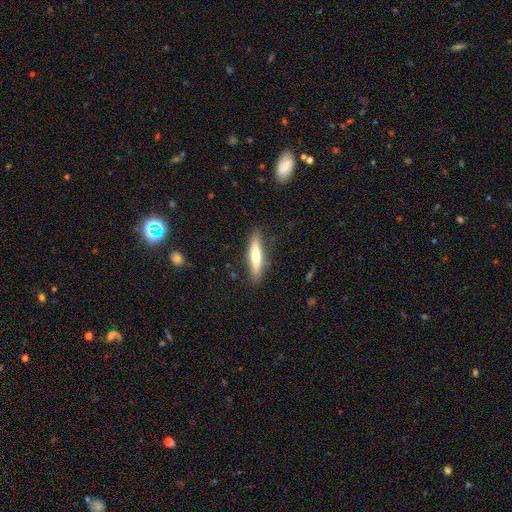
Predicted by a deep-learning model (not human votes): The model was most divided on "smooth or featured": smooth: 58%, featured or disk: 36%, star or artifact: 6%. More confident: merging — none (87%); how rounded — cigar-shaped (83%).